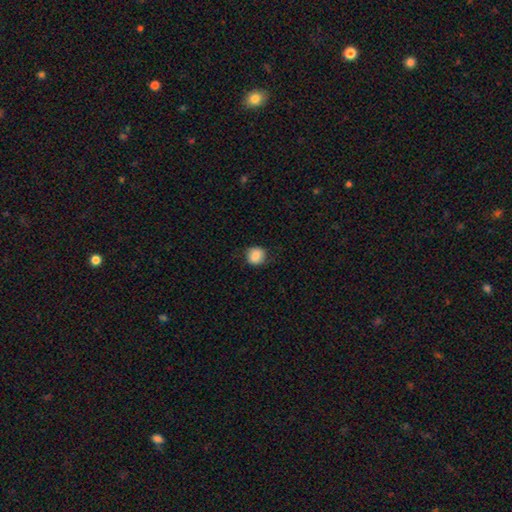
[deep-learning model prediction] smooth_or_featured: smooth (p=0.86) [alt: star or artifact p=0.09]
how_rounded: round (p=0.85) [alt: in between p=0.14]
merging: none (p=0.83) [alt: minor disturbance p=0.13]